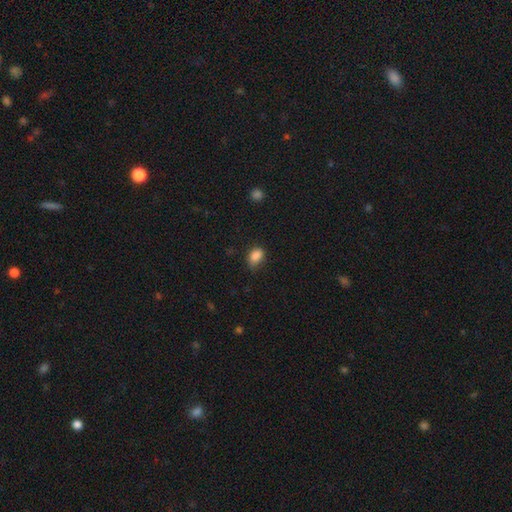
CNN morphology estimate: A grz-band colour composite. It shows a smooth galaxy with no disk features (87%) that is in between round and cigar-shaped (81%). Merging: none (67%).